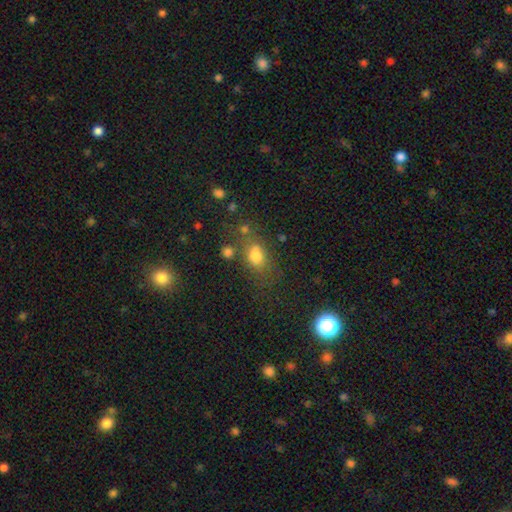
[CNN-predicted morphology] Smooth or featured? smooth (75%)
How rounded? in between (72%)
Merging? none (56%)